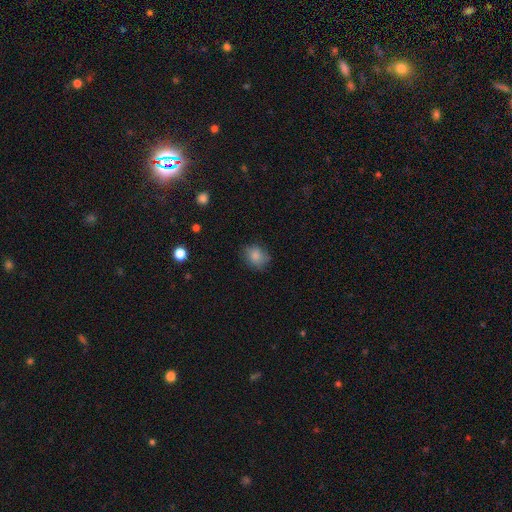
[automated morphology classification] This is clearly a smooth galaxy (85%). How rounded: likely round (61%). Merging: likely none (74%).